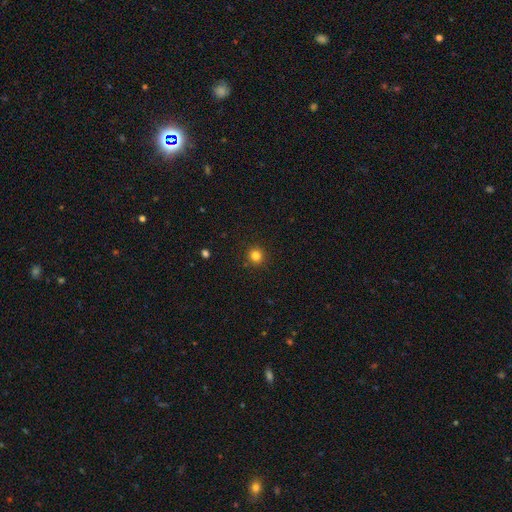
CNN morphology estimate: Smooth or featured?
  - smooth: 83% *
  - star or artifact: 13%
  - featured or disk: 5%
How rounded?
  - round: 93% *
  - in between: 6%
  - cigar-shaped: 1%
Merging?
  - none: 92% *
  - minor disturbance: 5%
  - major disturbance: 2%
  - merger: 1%